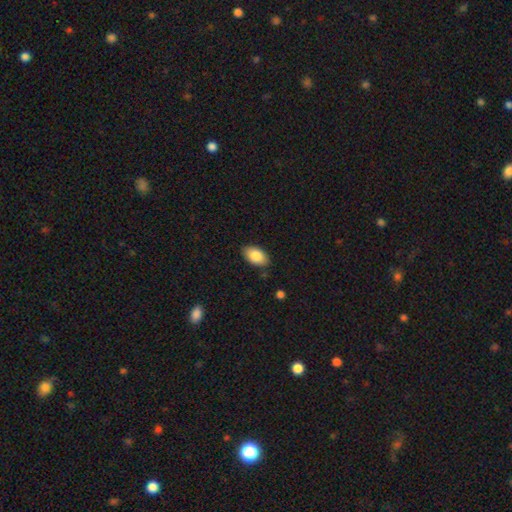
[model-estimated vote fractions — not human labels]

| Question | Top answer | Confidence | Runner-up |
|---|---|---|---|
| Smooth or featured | smooth | 86% | featured or disk (8%) |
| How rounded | in between | 93% | round (5%) |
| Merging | none | 85% | minor disturbance (11%) |